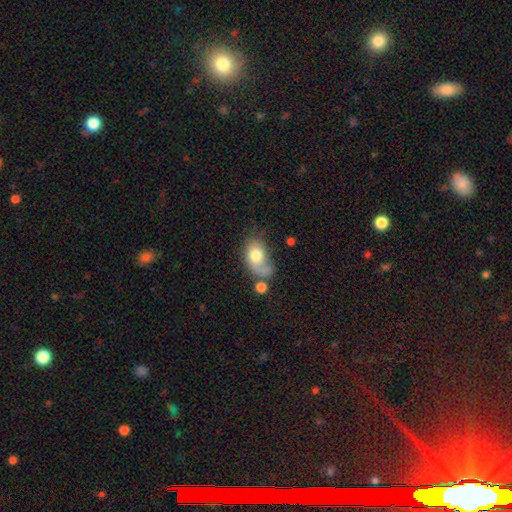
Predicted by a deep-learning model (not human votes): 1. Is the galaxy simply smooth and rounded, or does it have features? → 68% smooth, 24% featured or disk, 8% star or artifact.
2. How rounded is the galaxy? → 79% in between, 19% round, 2% cigar-shaped.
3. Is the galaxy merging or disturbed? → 29% none, 26% major disturbance, 23% merger, 21% minor disturbance.